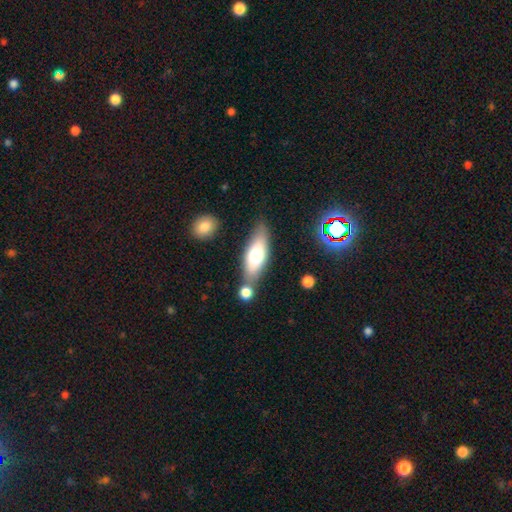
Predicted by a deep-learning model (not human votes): Smooth or featured?
  - smooth: 64% *
  - featured or disk: 30%
  - star or artifact: 6%
How rounded?
  - in between: 62% *
  - cigar-shaped: 36%
  - round: 3%
Merging?
  - none: 68% *
  - minor disturbance: 14%
  - merger: 14%
  - major disturbance: 4%